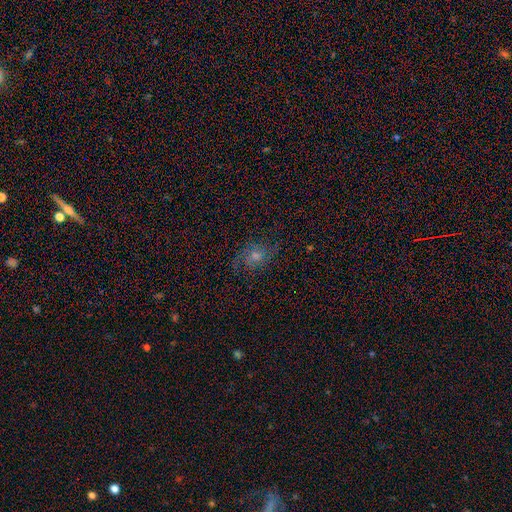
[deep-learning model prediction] This is possibly a featured or disk galaxy (50%). Merging: likely none (72%).